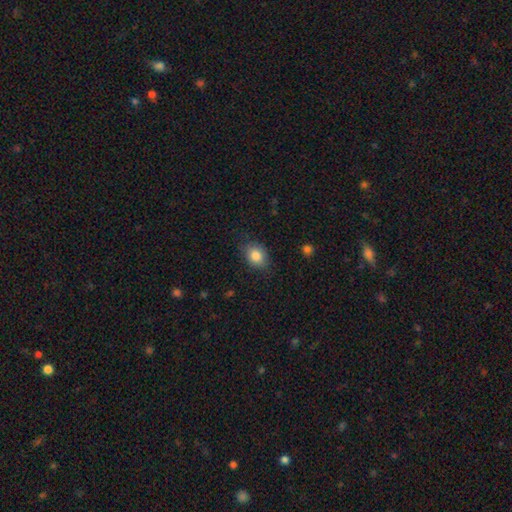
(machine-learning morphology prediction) A smooth galaxy with no disk features (84%) that is in between round and cigar-shaped (62%).

Vote fractions:
- Smooth or featured? smooth: 84% / star or artifact: 8% / featured or disk: 7%
- How rounded? in between: 62% / round: 36% / cigar-shaped: 1%
- Merging? none: 78% / minor disturbance: 17% / major disturbance: 4% / merger: 1%